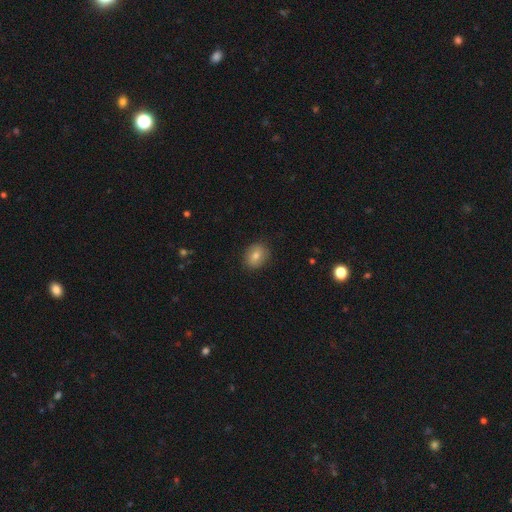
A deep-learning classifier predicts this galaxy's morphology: This is likely a smooth galaxy (78%). How rounded: possibly round (53%). Merging: clearly none (87%).